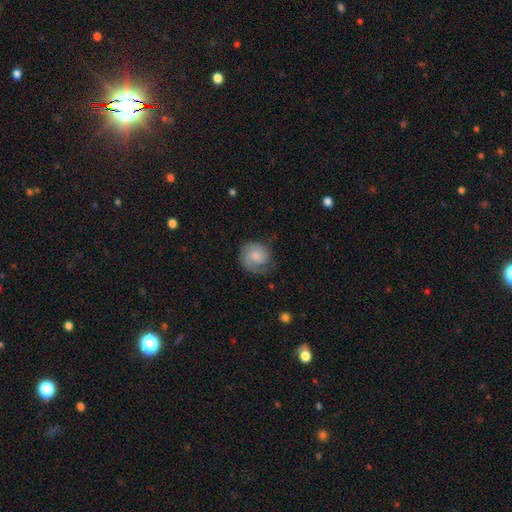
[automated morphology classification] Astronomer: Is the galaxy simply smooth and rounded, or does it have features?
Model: smooth — 53% (runner-up: featured or disk, 40%).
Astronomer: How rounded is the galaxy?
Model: round — 80%.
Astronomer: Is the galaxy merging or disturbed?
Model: none — 61%.